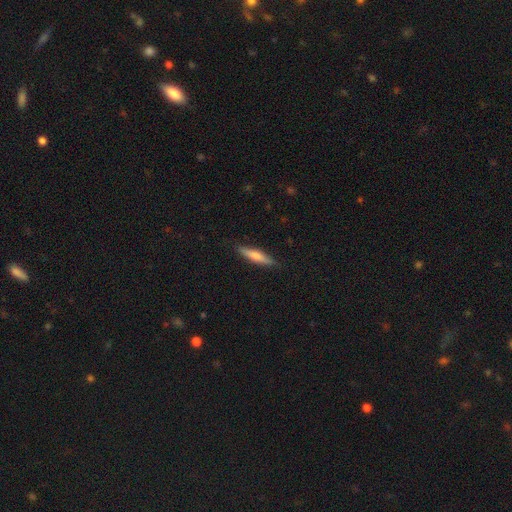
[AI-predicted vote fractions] A smooth galaxy with no disk features (65%) that is cigar-shaped (84%). Merging: none (87%).